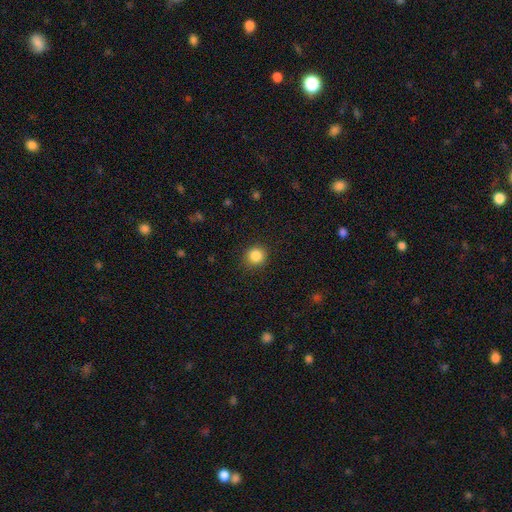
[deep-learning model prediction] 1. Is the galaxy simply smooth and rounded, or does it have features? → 86% smooth, 10% star or artifact, 4% featured or disk.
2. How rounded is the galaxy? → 92% round, 7% in between, 1% cigar-shaped.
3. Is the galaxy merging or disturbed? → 89% none, 8% minor disturbance, 3% major disturbance, 1% merger.